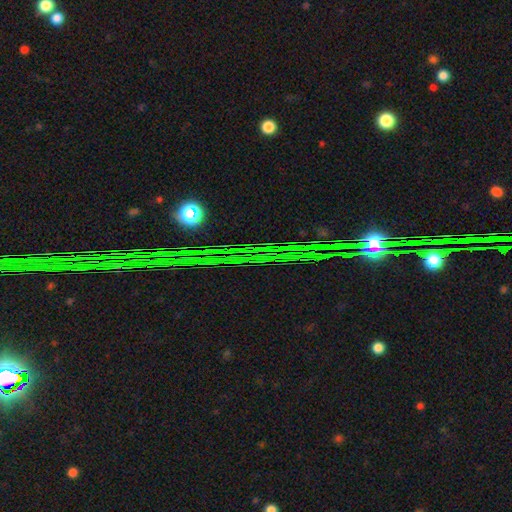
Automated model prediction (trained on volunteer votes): This appears to be a star or artifact, not a galaxy (85%).